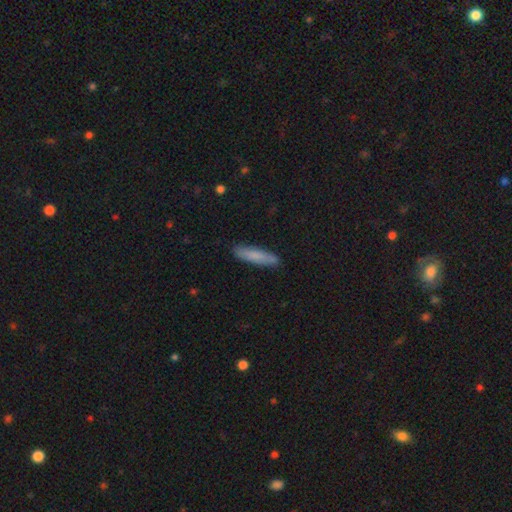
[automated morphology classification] This appears to be a smooth galaxy with no disk features (81%) that is cigar-shaped (85%). Merging: none (86%).